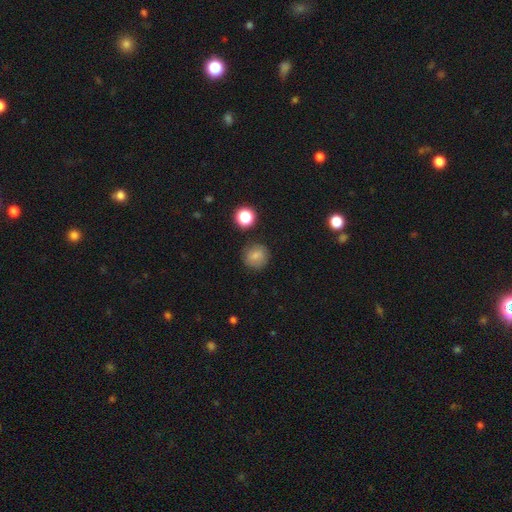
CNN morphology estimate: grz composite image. It shows a smooth galaxy with no disk features (78%) that is round (91%). Merging: none (85%).